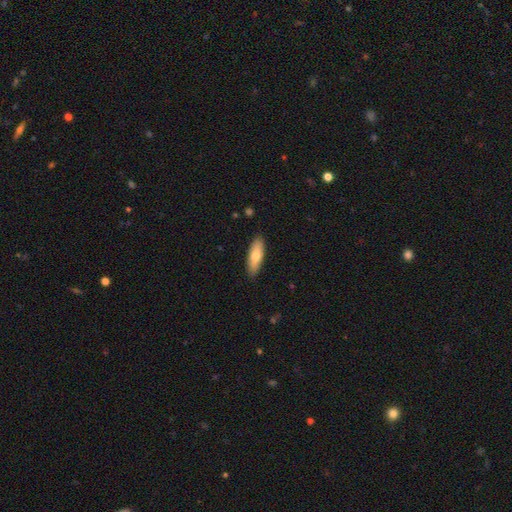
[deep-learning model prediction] smooth 72%, featured or disk 22%, star or artifact 6%. Down the decision tree: how rounded — in between (57%); merging — none (88%).